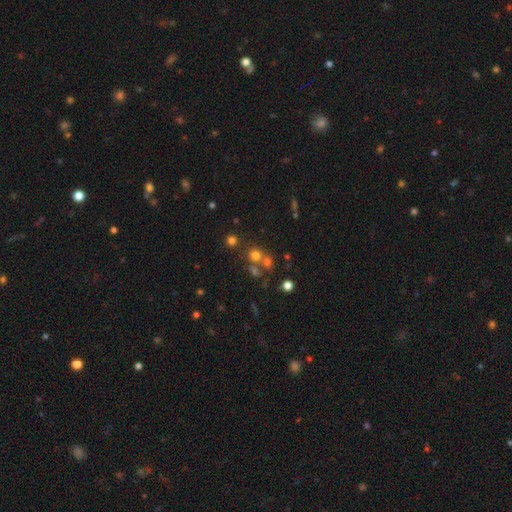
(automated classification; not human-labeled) The model was most divided on "merging": none: 57%, merger: 31%, minor disturbance: 8%, major disturbance: 4%. More confident: how rounded — round (85%); smooth or featured — smooth (64%).